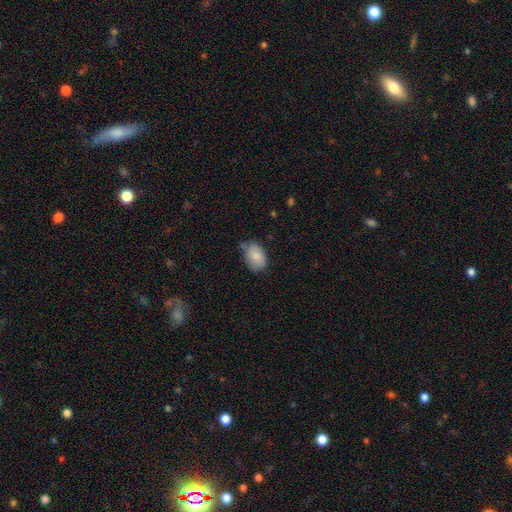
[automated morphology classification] Q: Smooth or featured?
A: smooth (85%); runner-up: featured or disk (8%)
Q: How rounded?
A: in between (87%); runner-up: round (12%)
Q: Merging?
A: none (62%); runner-up: minor disturbance (29%)